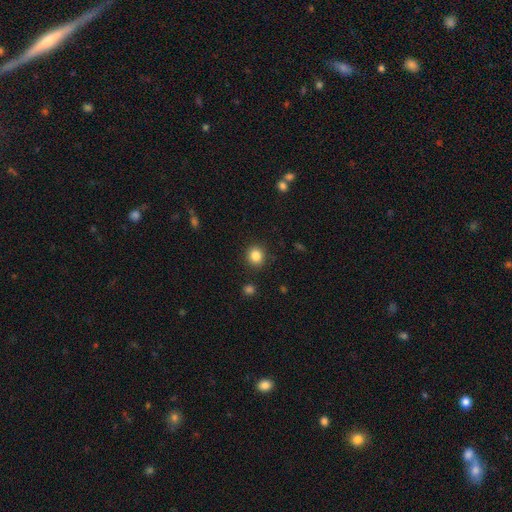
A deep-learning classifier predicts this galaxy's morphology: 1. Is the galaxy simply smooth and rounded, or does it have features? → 85% smooth, 11% star or artifact, 5% featured or disk.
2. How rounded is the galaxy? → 85% round, 14% in between, 1% cigar-shaped.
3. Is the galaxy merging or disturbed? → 89% none, 7% minor disturbance, 2% major disturbance, 2% merger.